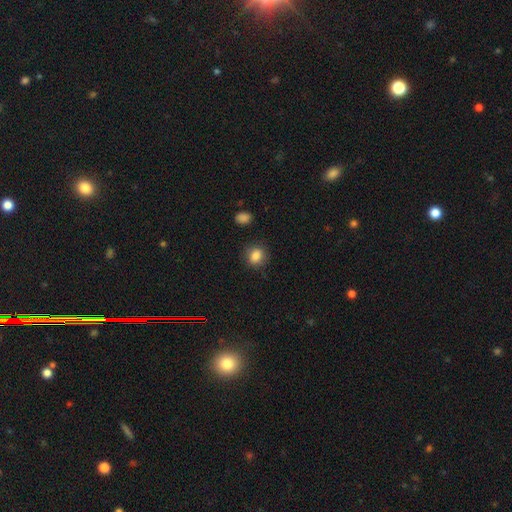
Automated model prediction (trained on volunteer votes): The model was most divided on "how rounded": round: 60%, in between: 39%, cigar-shaped: 1%. More confident: smooth or featured — smooth (85%); merging — none (83%).